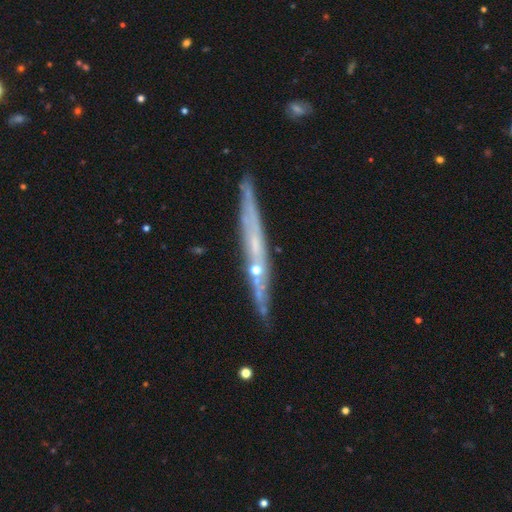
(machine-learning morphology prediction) Smooth or featured: featured or disk — 66% (smooth — 25%)
Edge-on disk: yes — 93% (no — 7%)
Edge-on bulge: none — 66% (rounded — 30%)
Merging: none — 83% (minor disturbance — 11%)